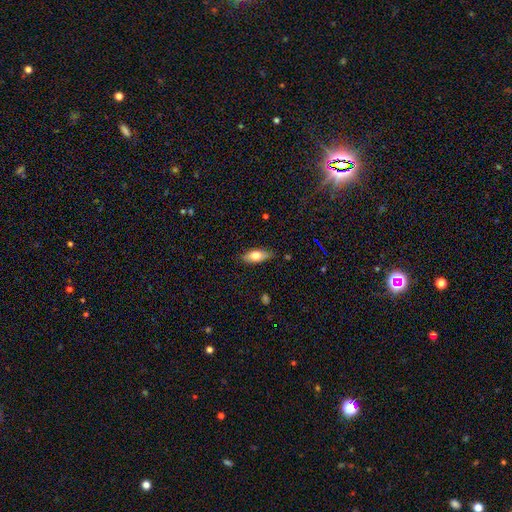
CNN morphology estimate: smooth_or_featured: smooth (p=0.72) [alt: featured or disk p=0.21]
how_rounded: in between (p=0.81) [alt: cigar-shaped p=0.16]
merging: none (p=0.82) [alt: minor disturbance p=0.14]